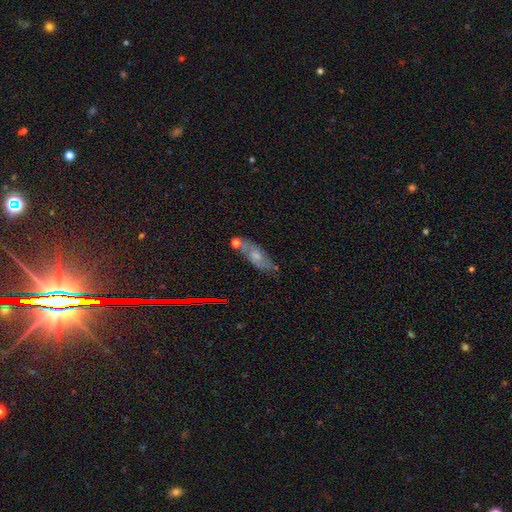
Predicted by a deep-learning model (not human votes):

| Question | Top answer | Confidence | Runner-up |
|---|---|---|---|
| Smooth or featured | smooth | 49% | featured or disk (38%) |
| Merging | none | 60% | minor disturbance (22%) |